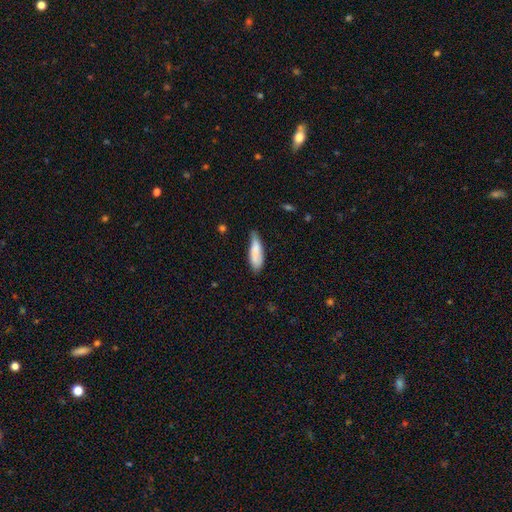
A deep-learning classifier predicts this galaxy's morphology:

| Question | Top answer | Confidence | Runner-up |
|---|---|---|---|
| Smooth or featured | smooth | 80% | featured or disk (14%) |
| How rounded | in between | 52% | cigar-shaped (46%) |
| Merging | none | 48% | minor disturbance (40%) |